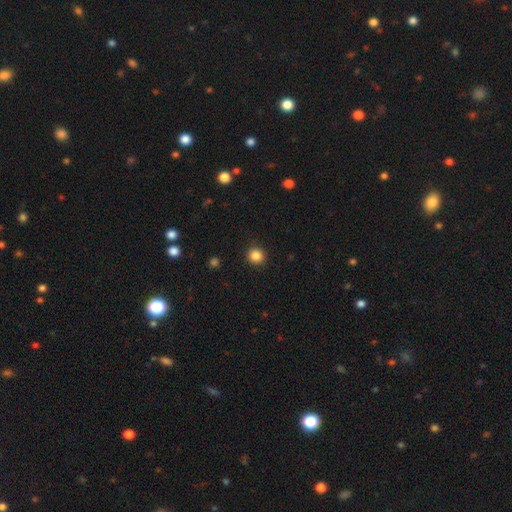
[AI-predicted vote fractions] Q: Smooth or featured?
A: smooth (85%); runner-up: star or artifact (11%)
Q: How rounded?
A: round (92%); runner-up: in between (7%)
Q: Merging?
A: none (92%); runner-up: minor disturbance (5%)